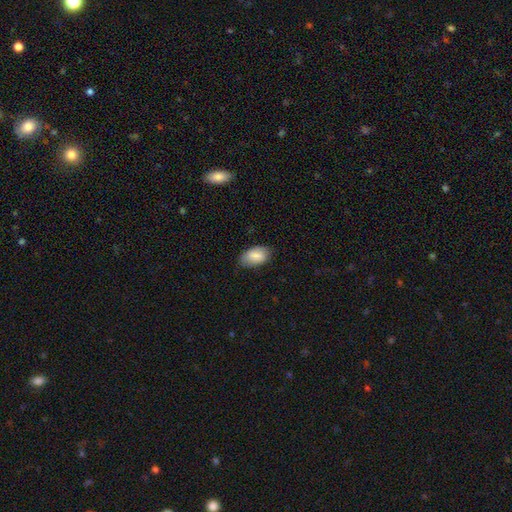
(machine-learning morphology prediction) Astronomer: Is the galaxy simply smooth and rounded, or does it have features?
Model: smooth — 86%.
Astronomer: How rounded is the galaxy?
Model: in between — 93%.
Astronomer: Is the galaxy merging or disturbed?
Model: none — 76%.